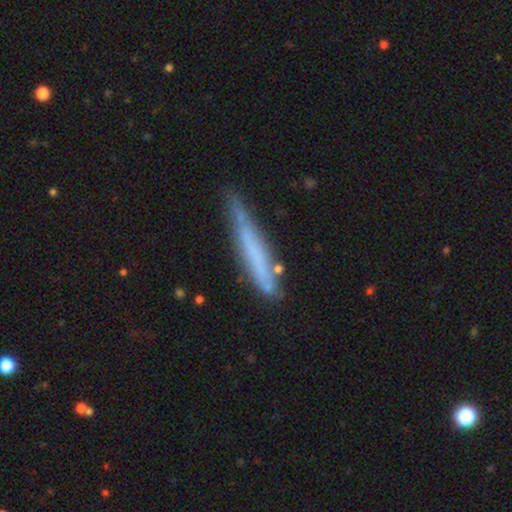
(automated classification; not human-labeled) smooth_or_featured: smooth (p=0.51) [alt: featured or disk p=0.42]
how_rounded: cigar-shaped (p=0.94) [alt: in between p=0.04]
merging: none (p=0.66) [alt: minor disturbance p=0.25]